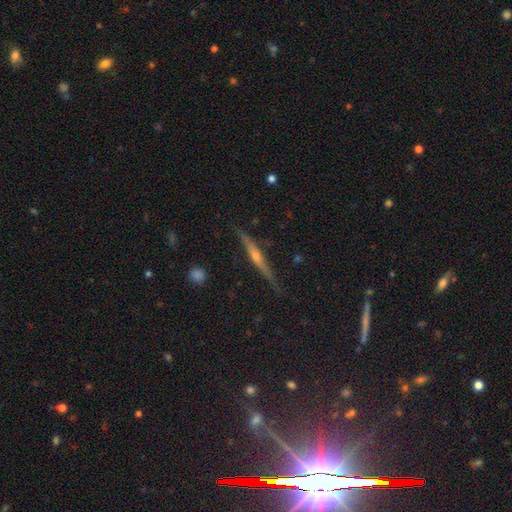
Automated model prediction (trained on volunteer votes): Q: Smooth or featured?
A: featured or disk (77%); runner-up: smooth (16%)
Q: Edge-on disk?
A: yes (97%); runner-up: no (3%)
Q: Edge-on bulge?
A: rounded (82%); runner-up: none (13%)
Q: Merging?
A: none (85%); runner-up: minor disturbance (11%)